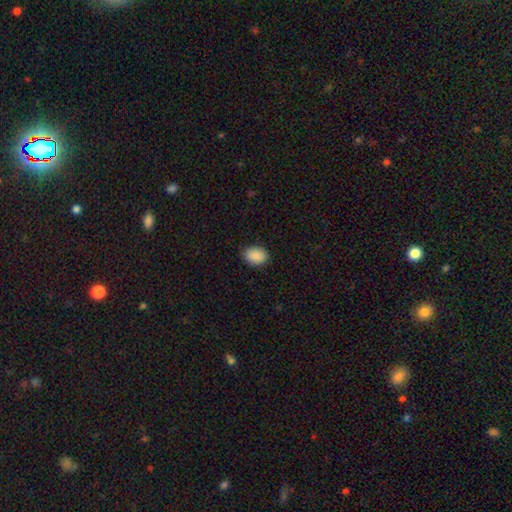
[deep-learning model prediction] Smooth or featured? Predicted: smooth (p=0.90). How rounded? Predicted: in between (p=0.68). Merging? Predicted: none (p=0.86).